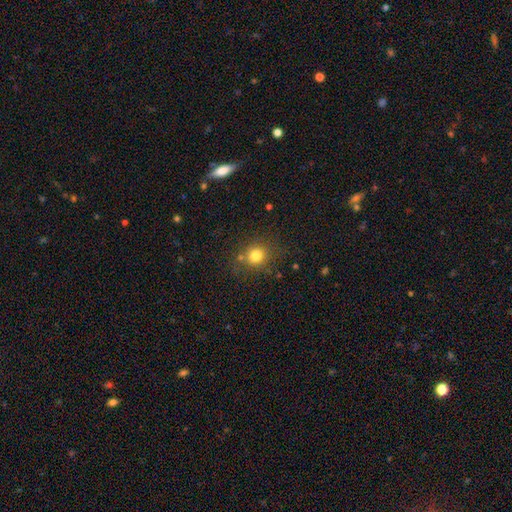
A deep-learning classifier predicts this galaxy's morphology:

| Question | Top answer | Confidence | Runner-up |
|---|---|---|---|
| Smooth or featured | smooth | 78% | star or artifact (14%) |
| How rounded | round | 80% | in between (19%) |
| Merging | none | 76% | minor disturbance (12%) |